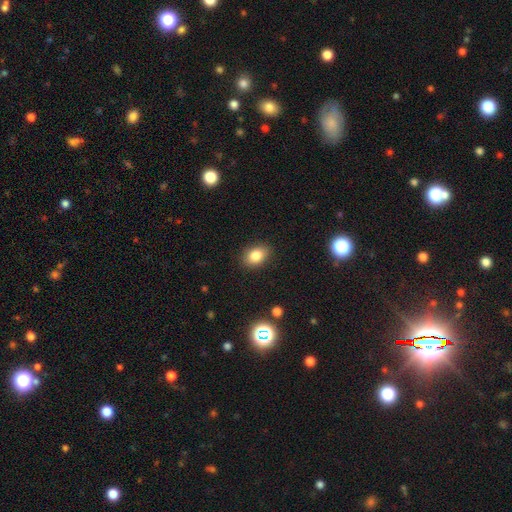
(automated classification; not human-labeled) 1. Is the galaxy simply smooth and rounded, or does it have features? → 83% smooth, 10% star or artifact, 7% featured or disk.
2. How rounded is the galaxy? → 77% in between, 22% round, 1% cigar-shaped.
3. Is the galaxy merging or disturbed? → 86% none, 10% minor disturbance, 3% major disturbance, 1% merger.